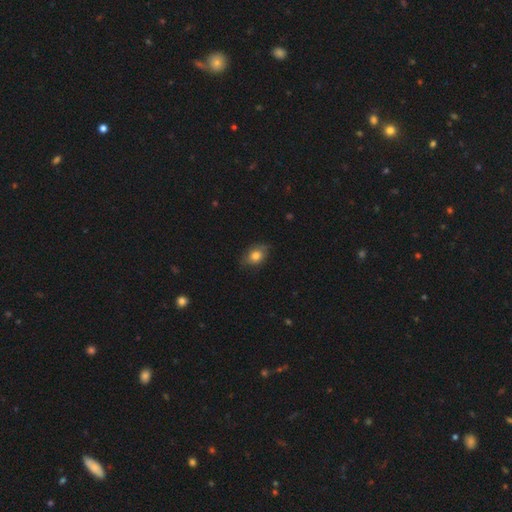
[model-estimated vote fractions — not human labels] Smooth or featured?
  - smooth: 76% *
  - featured or disk: 15%
  - star or artifact: 9%
How rounded?
  - in between: 69% *
  - round: 30%
  - cigar-shaped: 1%
Merging?
  - none: 72% *
  - minor disturbance: 22%
  - major disturbance: 4%
  - merger: 1%